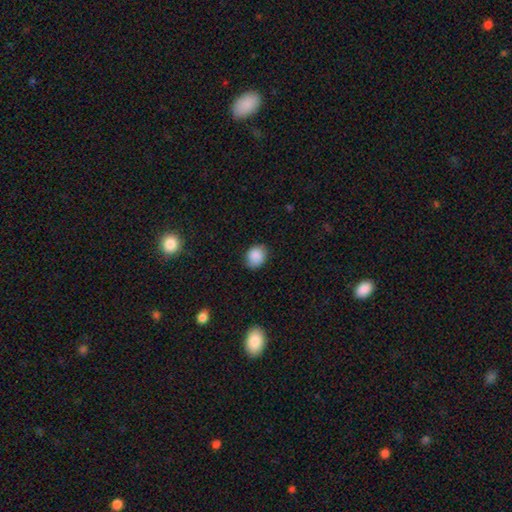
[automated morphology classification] smooth-or-featured: smooth: 87% | star or artifact: 8% | featured or disk: 5%
  how-rounded: round: 57% | in between: 42% | cigar-shaped: 1%
  merging: none: 79% | minor disturbance: 17% | major disturbance: 3% | merger: 1%